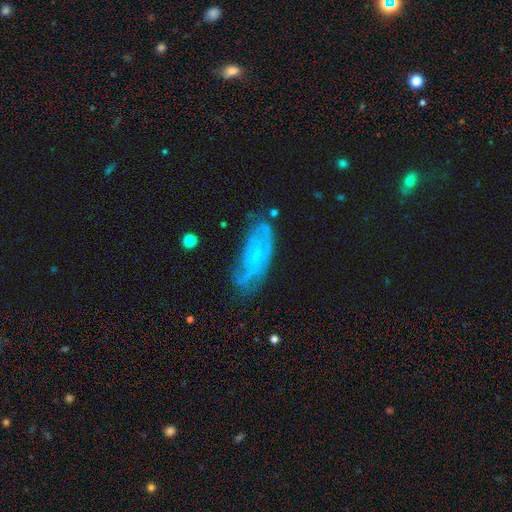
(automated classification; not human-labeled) Smooth or featured?
  - featured or disk: 64% *
  - smooth: 26%
  - star or artifact: 10%
Edge-on disk?
  - no: 89% *
  - yes: 11%
Bar?
  - no: 70% *
  - weak: 24%
  - strong: 6%
Spiral arms?
  - yes: 72% *
  - no: 28%
Bulge size?
  - none: 50% *
  - small: 40%
  - moderate: 8%
  - large: 1%
  - dominant: 1%
Merging?
  - none: 60% *
  - minor disturbance: 24%
  - major disturbance: 12%
  - merger: 3%